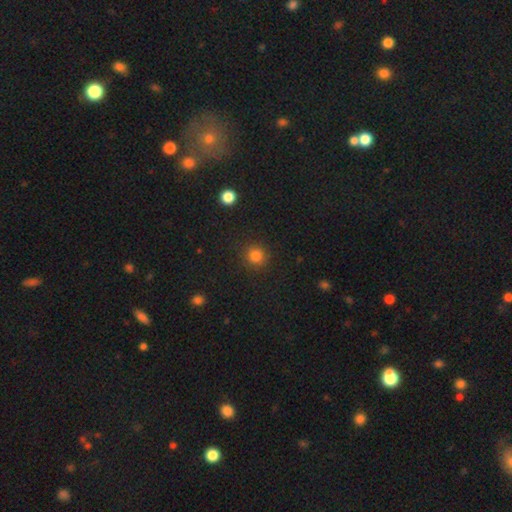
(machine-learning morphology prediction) Smooth or featured?
  - smooth: 83% *
  - star or artifact: 13%
  - featured or disk: 4%
How rounded?
  - round: 92% *
  - in between: 7%
  - cigar-shaped: 1%
Merging?
  - none: 89% *
  - minor disturbance: 7%
  - major disturbance: 3%
  - merger: 1%